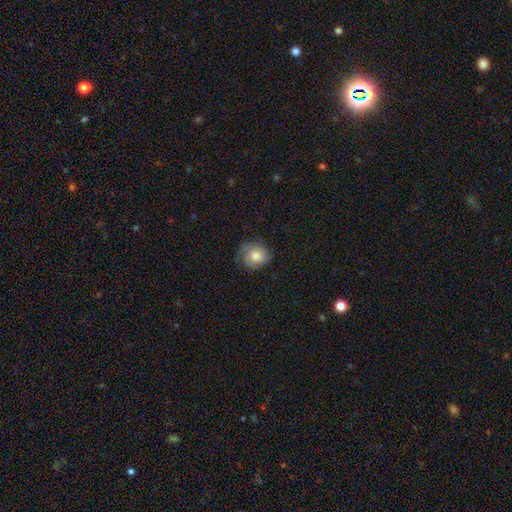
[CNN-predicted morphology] type=smooth (69%); roundness=round (78%); merging=none (63%).